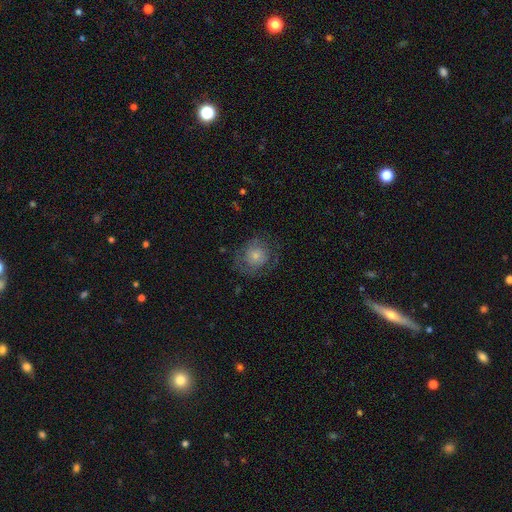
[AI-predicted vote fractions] This is possibly a smooth galaxy (57%). How rounded: clearly round (83%). Merging: likely none (64%).